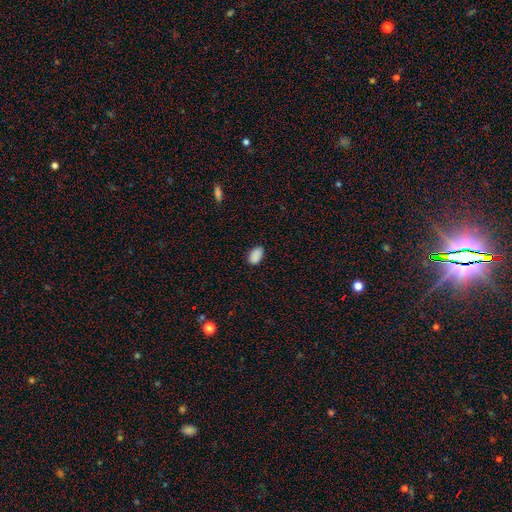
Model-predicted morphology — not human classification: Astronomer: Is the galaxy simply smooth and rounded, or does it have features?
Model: smooth — 89%.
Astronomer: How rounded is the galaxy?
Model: in between — 91%.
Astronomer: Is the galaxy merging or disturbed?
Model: none — 84%.